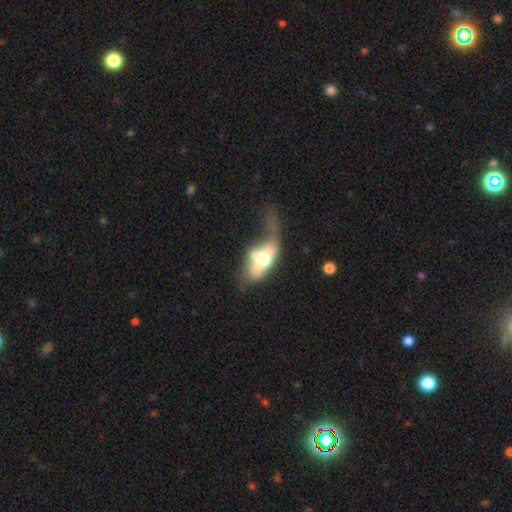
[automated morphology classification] smooth-or-featured: smooth: 55% | featured or disk: 38% | star or artifact: 7%
  how-rounded: in between: 80% | cigar-shaped: 12% | round: 8%
  merging: merger: 34% | major disturbance: 32% | none: 18% | minor disturbance: 16%